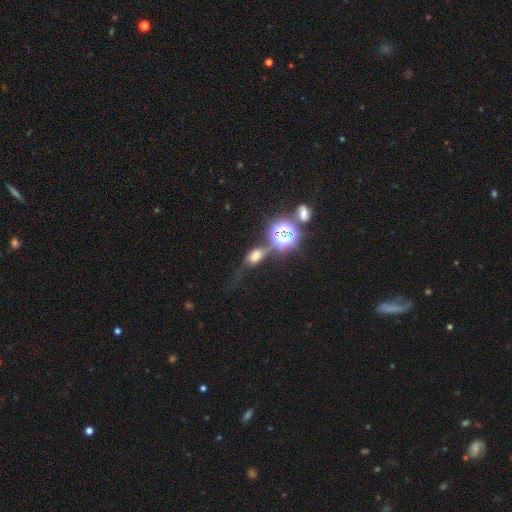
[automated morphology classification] smooth-or-featured: smooth: 40% | star or artifact: 33% | featured or disk: 27%
  merging: none: 36% | major disturbance: 26% | merger: 19% | minor disturbance: 19%